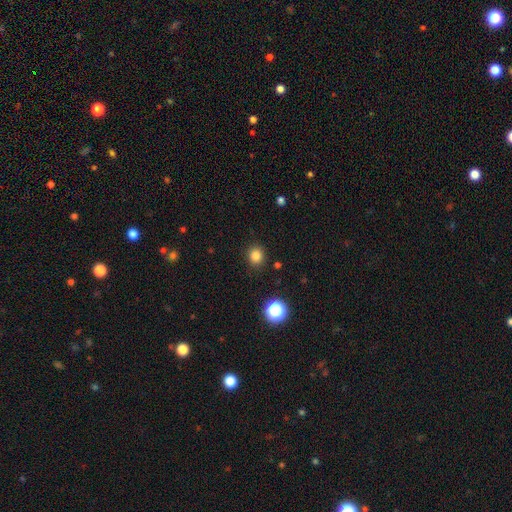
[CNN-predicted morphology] The model was most divided on "smooth or featured": smooth: 82%, star or artifact: 14%, featured or disk: 4%. More confident: merging — none (89%); how rounded — round (86%).